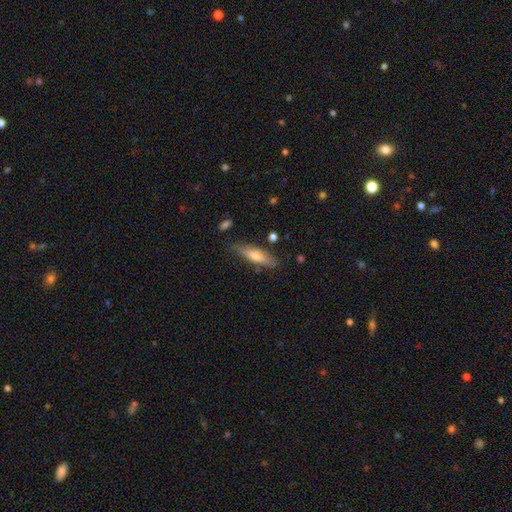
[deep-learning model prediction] Overall: smooth (57%; featured or disk 36%). How rounded: cigar-shaped (71%). Merging: none (80%).